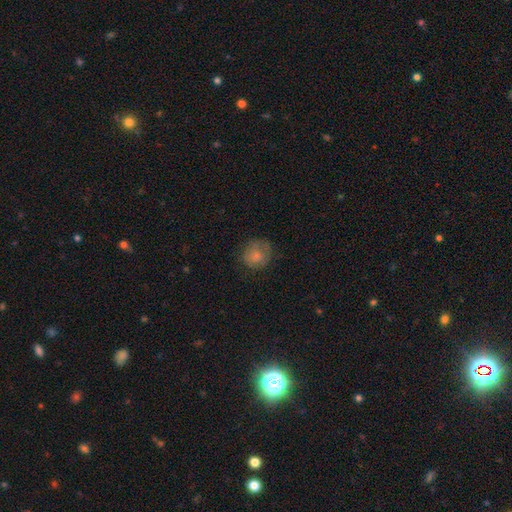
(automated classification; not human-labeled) Q: Smooth or featured?
A: smooth (77%); runner-up: featured or disk (15%)
Q: How rounded?
A: round (80%); runner-up: in between (19%)
Q: Merging?
A: none (66%); runner-up: minor disturbance (23%)